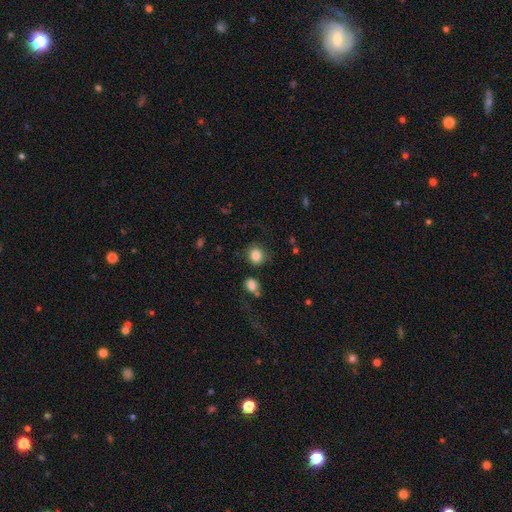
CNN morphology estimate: type=smooth (84%); roundness=round (82%); merging=none (78%).